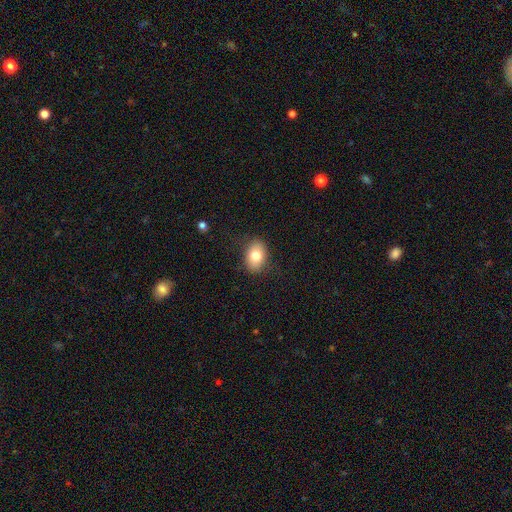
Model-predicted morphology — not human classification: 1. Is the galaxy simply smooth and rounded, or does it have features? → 79% smooth, 13% featured or disk, 9% star or artifact.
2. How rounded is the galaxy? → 76% in between, 23% round, 1% cigar-shaped.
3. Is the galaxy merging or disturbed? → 83% none, 13% minor disturbance, 4% major disturbance, 1% merger.